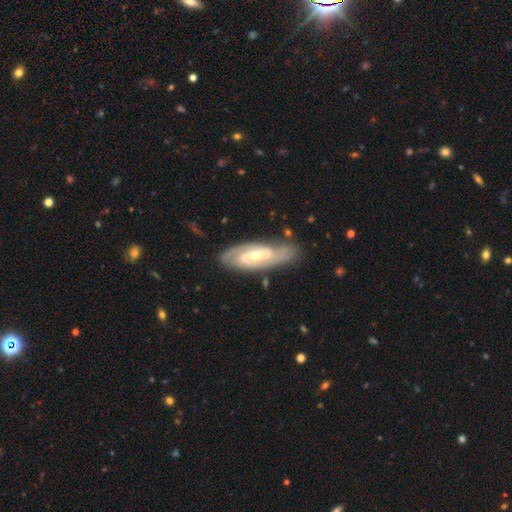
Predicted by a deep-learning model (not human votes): Overall: featured or disk (86%). Edge-on disk: no (92%). Bar: weak (45%; strong 29%). Spiral arms: yes (96%). Spiral arm count: 2 (80%). Spiral winding: tight (46%; medium 43%). Bulge size: small (49%; moderate 47%). Merging: none (79%).